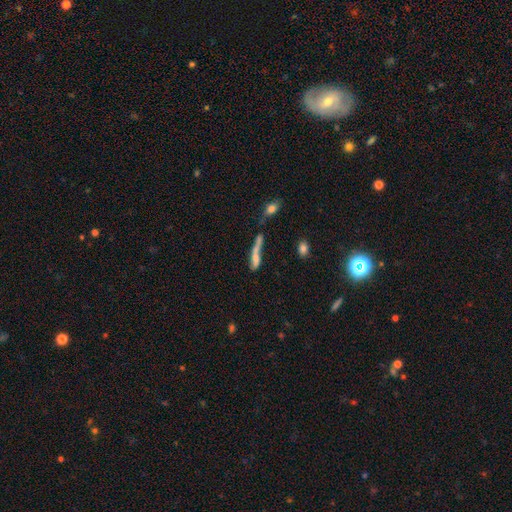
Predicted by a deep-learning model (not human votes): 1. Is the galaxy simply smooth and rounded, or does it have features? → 54% smooth, 36% featured or disk, 10% star or artifact.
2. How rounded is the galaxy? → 73% cigar-shaped, 24% in between, 3% round.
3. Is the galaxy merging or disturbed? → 39% merger, 25% none, 20% major disturbance, 16% minor disturbance.